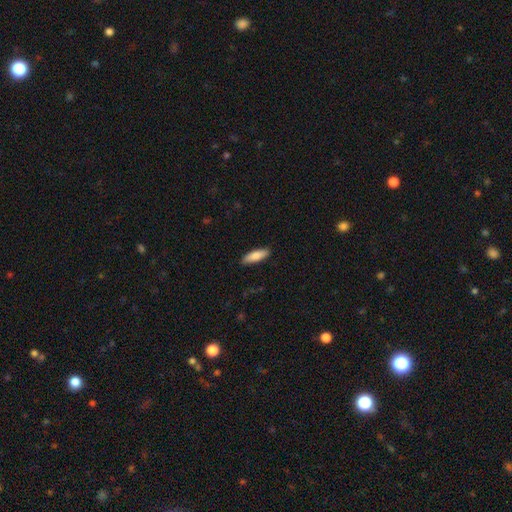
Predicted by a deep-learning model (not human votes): Smooth or featured? Predicted: smooth (p=0.82). How rounded? Predicted: cigar-shaped (p=0.52). Merging? Predicted: none (p=0.89).